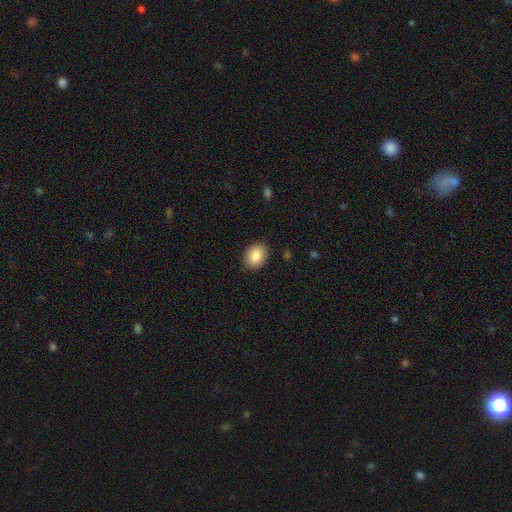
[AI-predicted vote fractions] This is clearly a smooth galaxy (87%). How rounded: likely in between (67%). Merging: clearly none (89%).